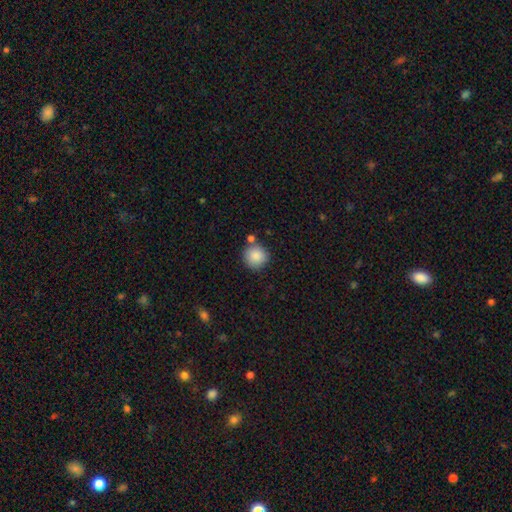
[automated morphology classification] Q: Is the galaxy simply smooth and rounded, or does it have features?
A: smooth — 88%.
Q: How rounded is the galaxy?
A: round — 92%.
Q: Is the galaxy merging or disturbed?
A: none — 77%.